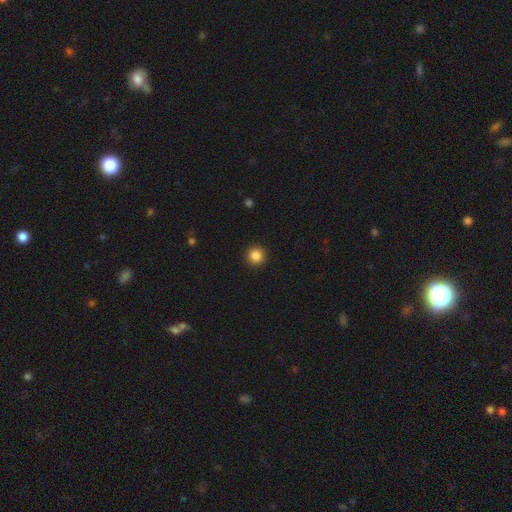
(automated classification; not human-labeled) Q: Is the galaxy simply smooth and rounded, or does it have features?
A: smooth — 86%.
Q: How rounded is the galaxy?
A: round — 96%.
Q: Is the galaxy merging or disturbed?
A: none — 93%.